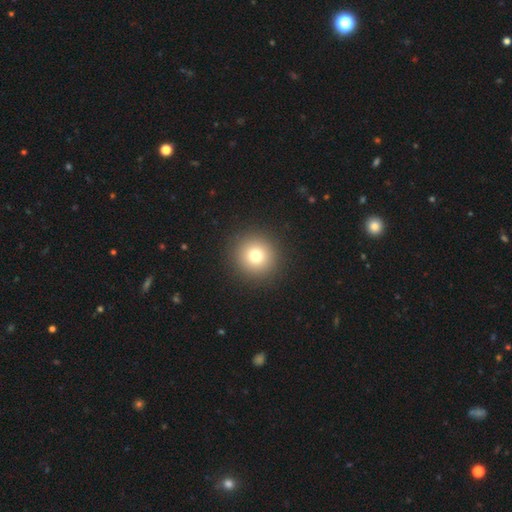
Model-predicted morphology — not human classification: This is likely a smooth galaxy (76%). How rounded: clearly round (95%). Merging: clearly none (93%).